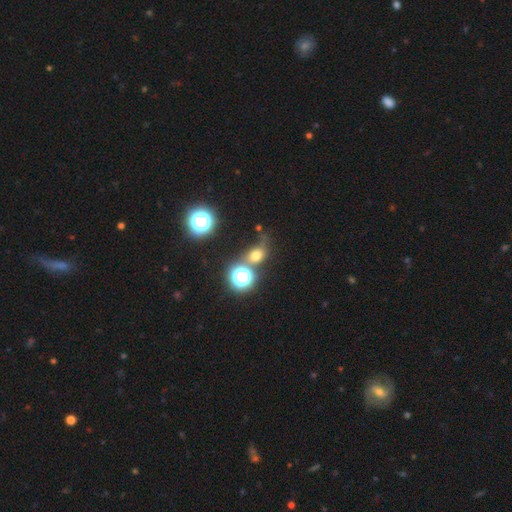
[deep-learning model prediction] This is likely a smooth galaxy (64%). How rounded: likely round (65%). Merging: possibly none (52%).